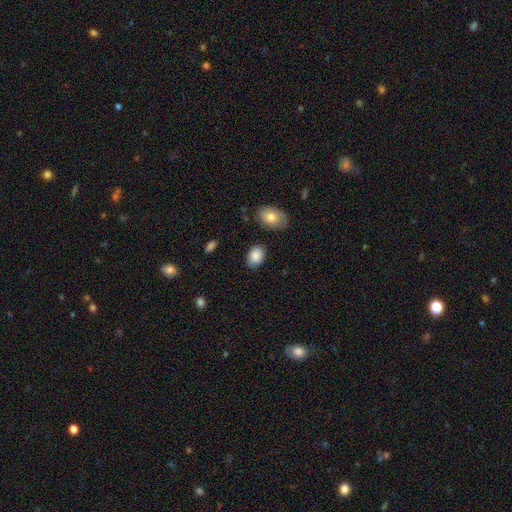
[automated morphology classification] smooth_or_featured: smooth (p=0.87) [alt: star or artifact p=0.07]
how_rounded: in between (p=0.79) [alt: round p=0.19]
merging: none (p=0.81) [alt: minor disturbance p=0.14]